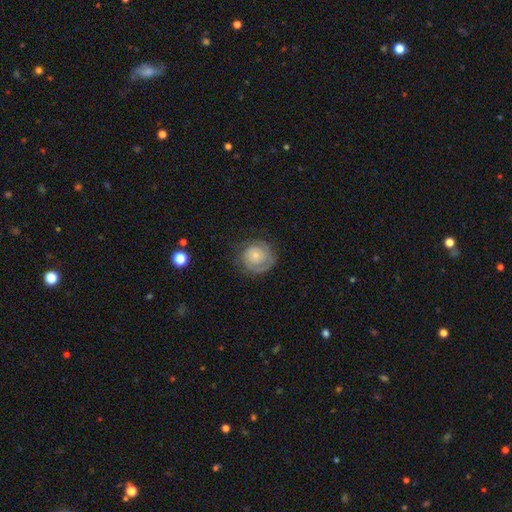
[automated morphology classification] Smooth or featured?
  - featured or disk: 62% *
  - smooth: 32%
  - star or artifact: 7%
Edge-on disk?
  - no: 98% *
  - yes: 2%
Bar?
  - no: 81% *
  - weak: 16%
  - strong: 3%
Spiral arms?
  - yes: 83% *
  - no: 17%
Bulge size?
  - small: 66% *
  - moderate: 26%
  - none: 4%
  - large: 3%
  - dominant: 1%
Merging?
  - none: 69% *
  - minor disturbance: 19%
  - major disturbance: 10%
  - merger: 1%